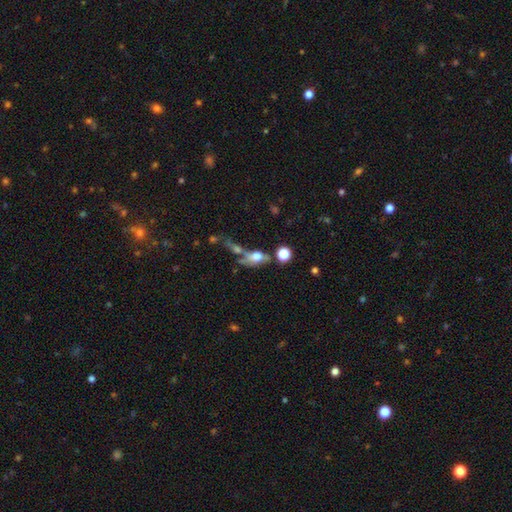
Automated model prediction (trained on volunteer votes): Q: Smooth or featured?
A: smooth (55%); runner-up: featured or disk (30%)
Q: How rounded?
A: in between (69%); runner-up: round (20%)
Q: Merging?
A: merger (40%); runner-up: none (29%)